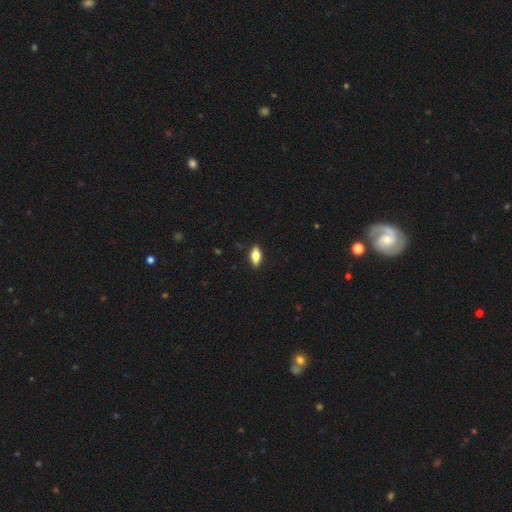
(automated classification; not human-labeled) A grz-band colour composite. It shows a smooth galaxy with no disk features (69%) that is in between round and cigar-shaped (81%). Merging: none (88%).